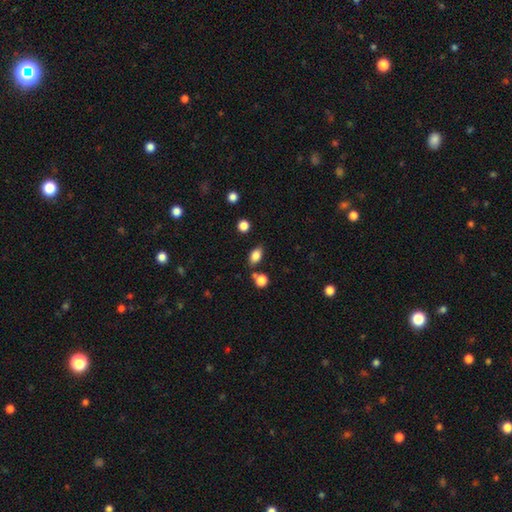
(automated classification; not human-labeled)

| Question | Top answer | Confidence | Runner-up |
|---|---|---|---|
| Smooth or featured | smooth | 84% | star or artifact (10%) |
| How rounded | in between | 82% | round (16%) |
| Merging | none | 75% | minor disturbance (13%) |